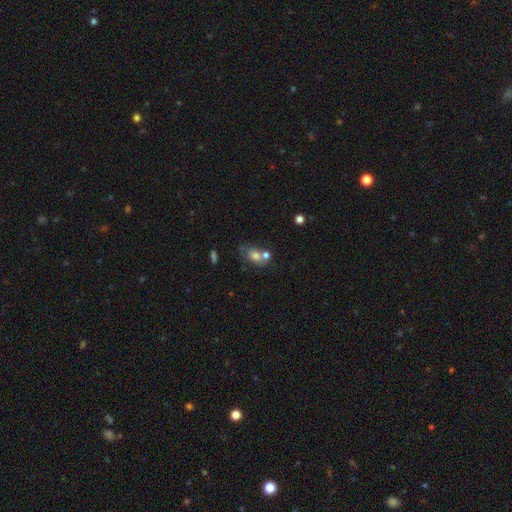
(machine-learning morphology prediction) Smooth or featured? Predicted: smooth (p=0.70). How rounded? Predicted: in between (p=0.71). Merging? Predicted: none (p=0.39).